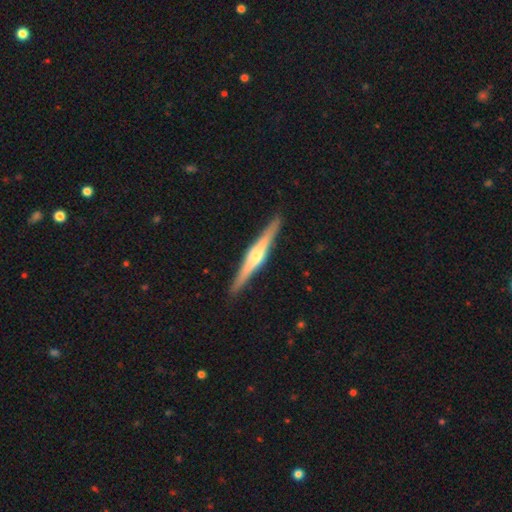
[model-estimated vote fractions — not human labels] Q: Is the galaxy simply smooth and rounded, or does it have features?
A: featured or disk — 79%.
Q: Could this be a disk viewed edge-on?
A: yes — 98%.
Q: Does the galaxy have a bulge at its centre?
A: rounded — 86%.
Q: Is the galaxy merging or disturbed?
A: none — 92%.